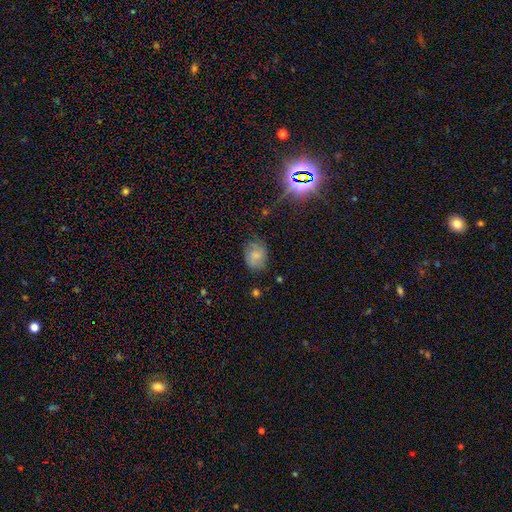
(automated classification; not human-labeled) smooth-or-featured: smooth: 67% | featured or disk: 22% | star or artifact: 11%
  how-rounded: in between: 58% | round: 41% | cigar-shaped: 1%
  merging: none: 69% | minor disturbance: 22% | major disturbance: 7% | merger: 2%